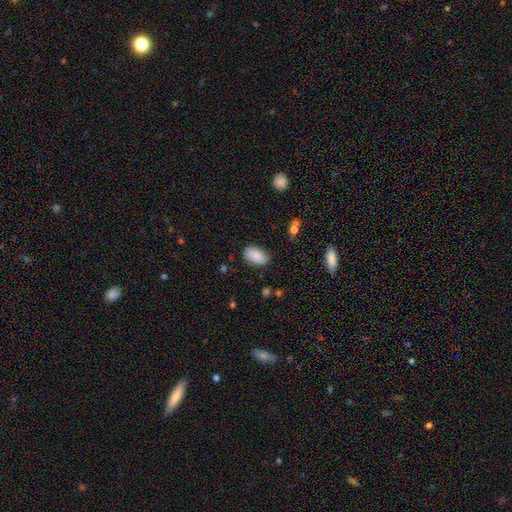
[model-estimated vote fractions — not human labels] Q: Smooth or featured?
A: smooth (83%); runner-up: featured or disk (10%)
Q: How rounded?
A: in between (93%); runner-up: round (6%)
Q: Merging?
A: none (80%); runner-up: minor disturbance (15%)